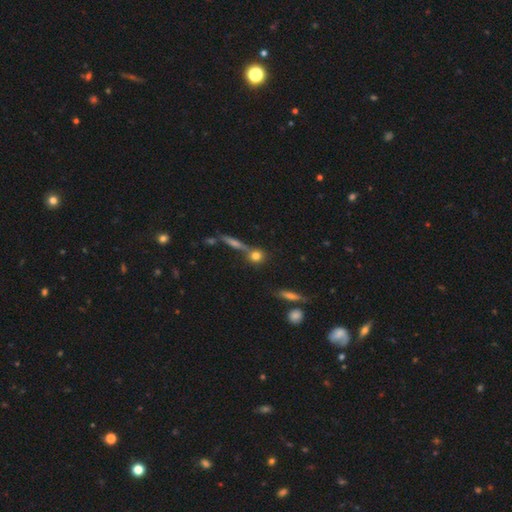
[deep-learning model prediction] The model was most divided on "merging": none: 60%, merger: 26%, minor disturbance: 10%, major disturbance: 5%. More confident: how rounded — round (79%); smooth or featured — smooth (74%).